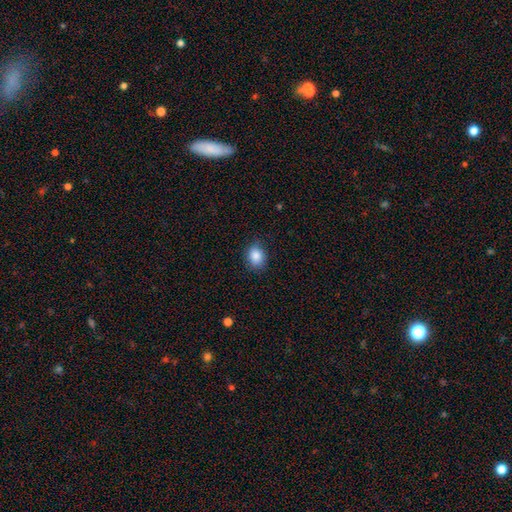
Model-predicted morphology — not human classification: Smooth or featured?
  - smooth: 86% *
  - star or artifact: 9%
  - featured or disk: 5%
How rounded?
  - in between: 57% *
  - round: 42%
  - cigar-shaped: 1%
Merging?
  - none: 81% *
  - minor disturbance: 15%
  - major disturbance: 3%
  - merger: 1%